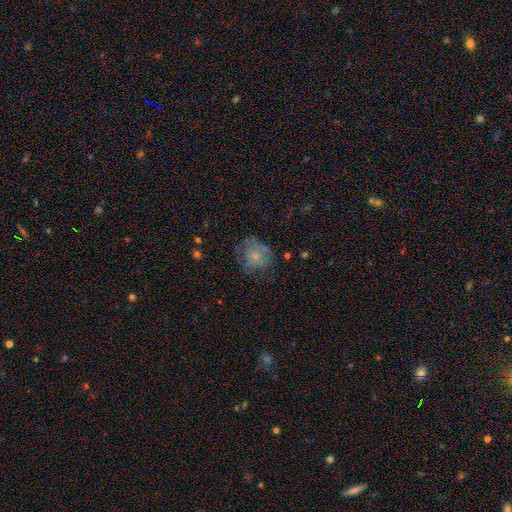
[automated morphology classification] This is likely a smooth galaxy (63%). How rounded: likely round (75%). Merging: possibly none (55%).